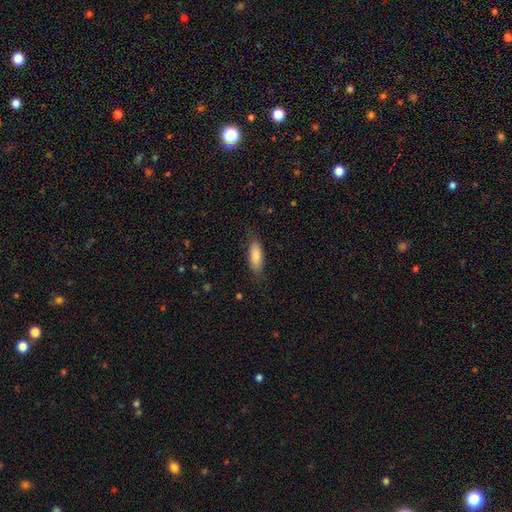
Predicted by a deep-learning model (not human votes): The model was most divided on "how rounded": in between: 66%, cigar-shaped: 32%, round: 2%. More confident: smooth or featured — smooth (83%); merging — none (81%).